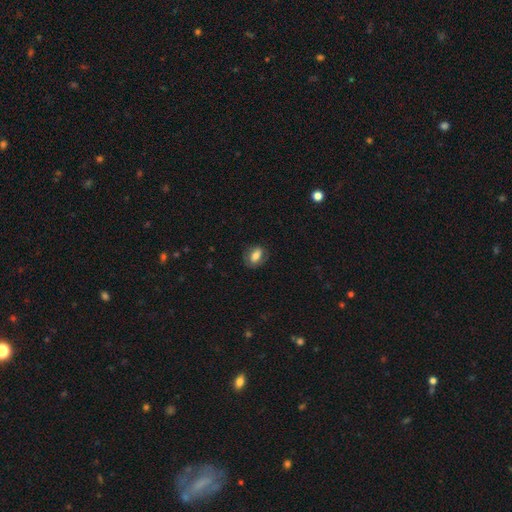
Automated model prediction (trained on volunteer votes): smooth 66%, featured or disk 26%, star or artifact 8%. Down the decision tree: how rounded — in between (81%); merging — none (73%).